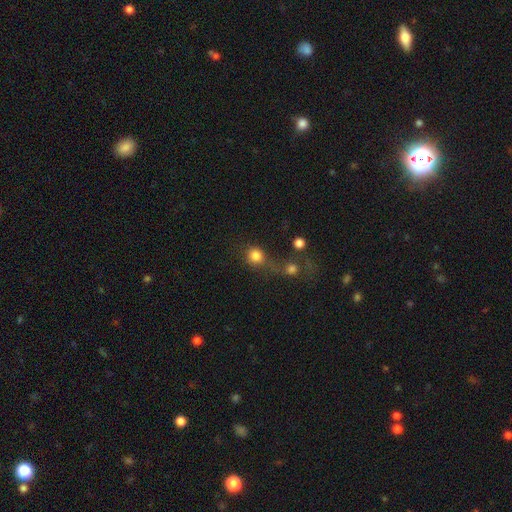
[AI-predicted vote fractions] smooth_or_featured: smooth (p=0.81) [alt: star or artifact p=0.12]
how_rounded: round (p=0.87) [alt: in between p=0.12]
merging: none (p=0.43) [alt: merger p=0.34]